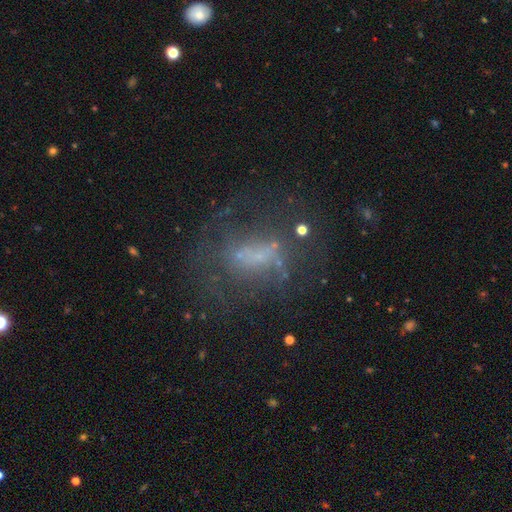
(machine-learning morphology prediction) featured or disk 53%, smooth 27%, star or artifact 20%. Down the decision tree: edge-on disk — no (93%); merging — none (49%).